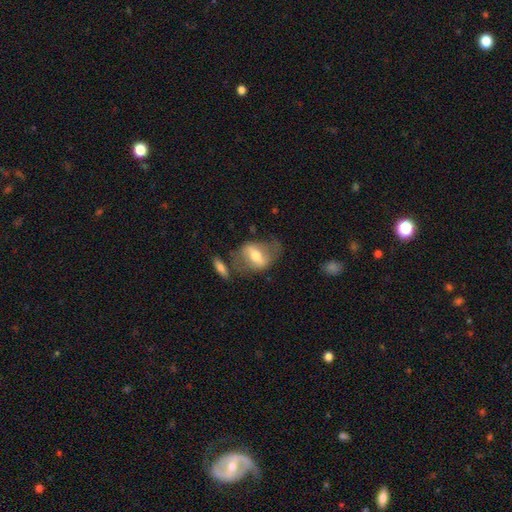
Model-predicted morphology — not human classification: This appears to be a featured or disk galaxy (51%). Merging: none (50%).